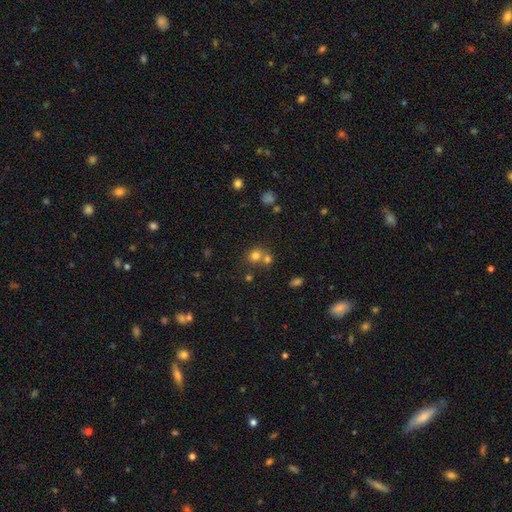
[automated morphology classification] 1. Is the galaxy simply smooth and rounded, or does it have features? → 73% smooth, 16% star or artifact, 10% featured or disk.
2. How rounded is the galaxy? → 80% round, 19% in between, 1% cigar-shaped.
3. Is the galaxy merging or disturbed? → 49% none, 41% merger, 7% minor disturbance, 3% major disturbance.